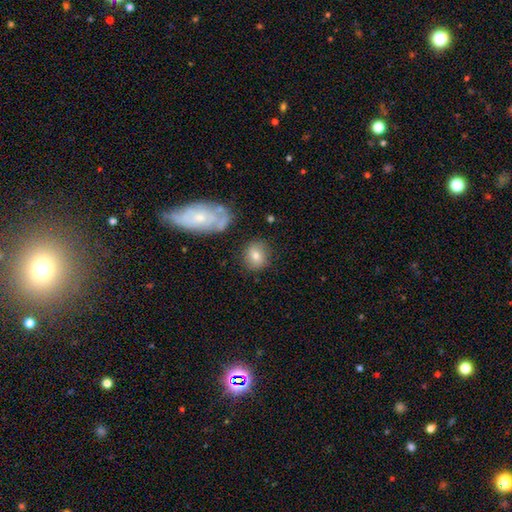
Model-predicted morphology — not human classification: Smooth or featured: smooth — 73% (featured or disk — 18%)
How rounded: round — 61% (in between — 37%)
Merging: none — 76% (minor disturbance — 14%)